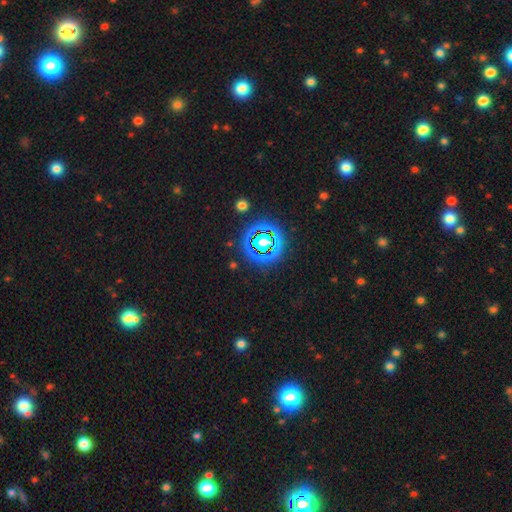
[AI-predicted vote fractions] Smooth or featured: star or artifact — 73% (smooth — 17%)